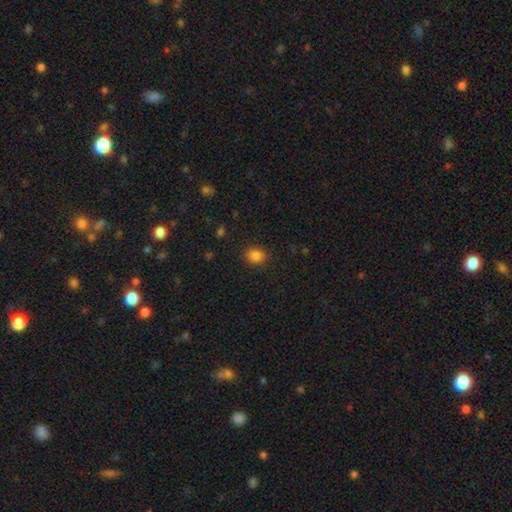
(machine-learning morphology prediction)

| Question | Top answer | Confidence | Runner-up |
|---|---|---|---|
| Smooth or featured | smooth | 85% | star or artifact (11%) |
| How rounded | in between | 56% | round (43%) |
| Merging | none | 86% | minor disturbance (10%) |